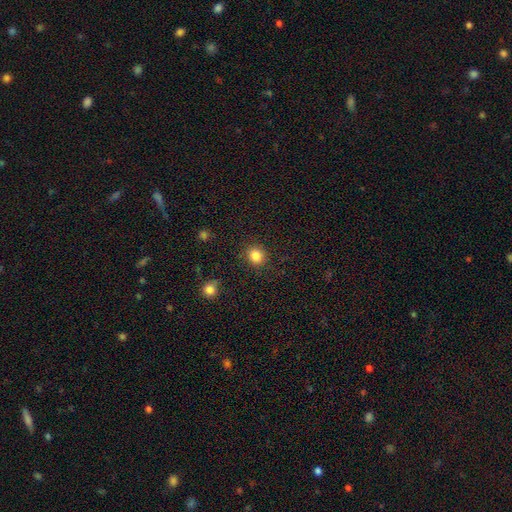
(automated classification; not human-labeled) This is clearly a smooth galaxy (85%). How rounded: likely round (77%). Merging: clearly none (86%).